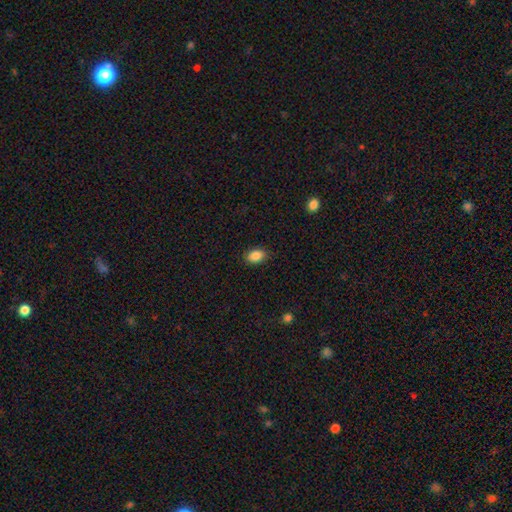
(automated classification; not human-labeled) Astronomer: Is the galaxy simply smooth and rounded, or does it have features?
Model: smooth — 88%.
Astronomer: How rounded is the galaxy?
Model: in between — 85%.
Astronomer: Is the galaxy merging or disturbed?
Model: none — 85%.